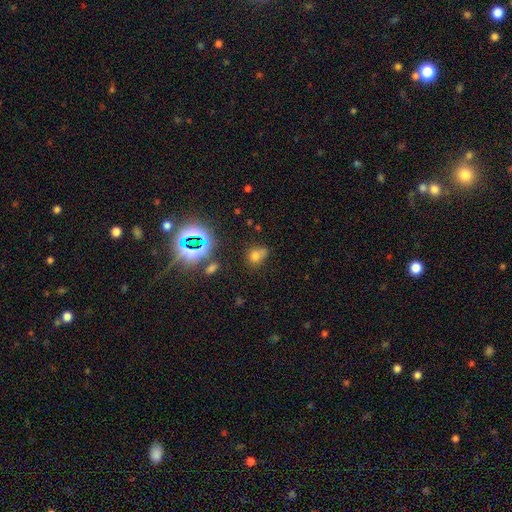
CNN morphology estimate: Smooth or featured: smooth — 65% (star or artifact — 26%)
How rounded: round — 50% (in between — 48%)
Merging: none — 52% (minor disturbance — 23%)